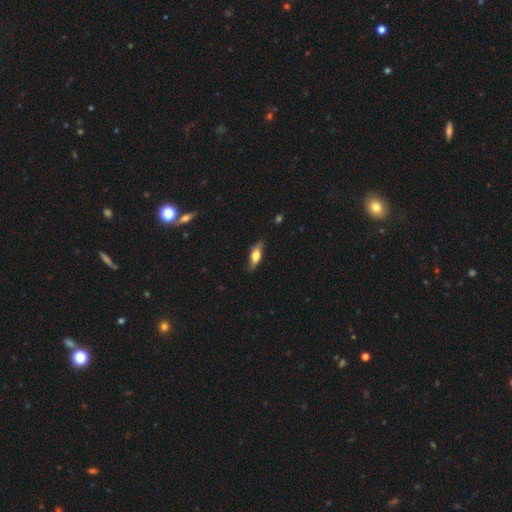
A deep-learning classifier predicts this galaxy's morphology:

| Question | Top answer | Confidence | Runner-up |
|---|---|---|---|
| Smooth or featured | smooth | 52% | featured or disk (41%) |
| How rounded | in between | 63% | cigar-shaped (34%) |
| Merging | none | 76% | minor disturbance (19%) |